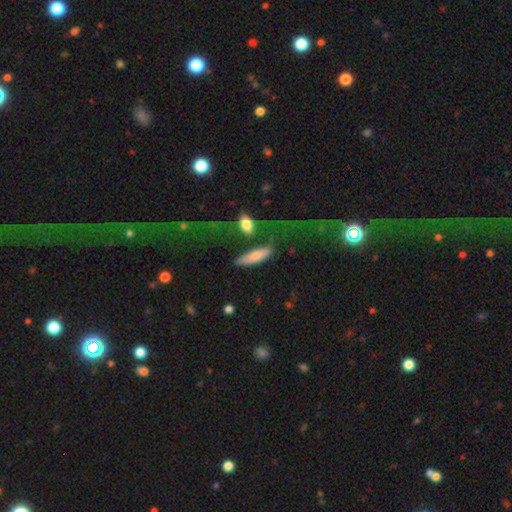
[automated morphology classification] smooth-or-featured: smooth: 75% | featured or disk: 18% | star or artifact: 7%
  how-rounded: cigar-shaped: 62% | in between: 35% | round: 3%
  merging: none: 54% | minor disturbance: 18% | merger: 15% | major disturbance: 13%